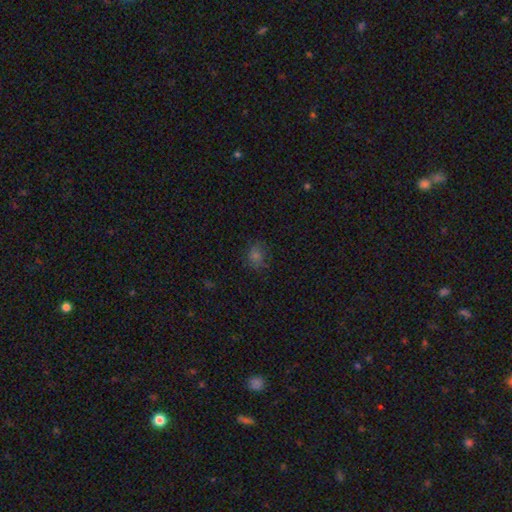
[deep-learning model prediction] A smooth galaxy with no disk features (69%) that is round (66%).

Vote fractions:
- Smooth or featured? smooth: 69% / star or artifact: 23% / featured or disk: 8%
- How rounded? round: 66% / in between: 33% / cigar-shaped: 1%
- Merging? none: 79% / minor disturbance: 15% / major disturbance: 4% / merger: 1%